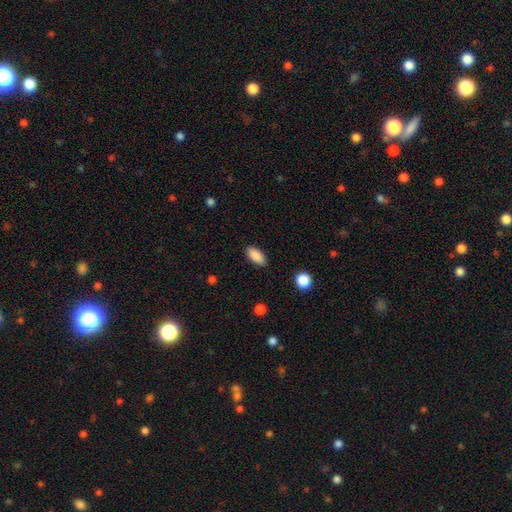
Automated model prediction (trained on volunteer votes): Overall: smooth (89%). How rounded: in between (90%). Merging: none (87%).